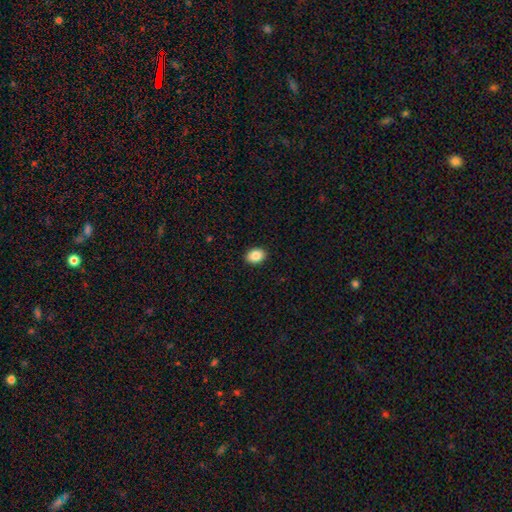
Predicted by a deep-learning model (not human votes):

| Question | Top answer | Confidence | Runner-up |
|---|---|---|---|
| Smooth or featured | smooth | 88% | star or artifact (8%) |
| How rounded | in between | 70% | round (29%) |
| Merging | none | 91% | minor disturbance (6%) |